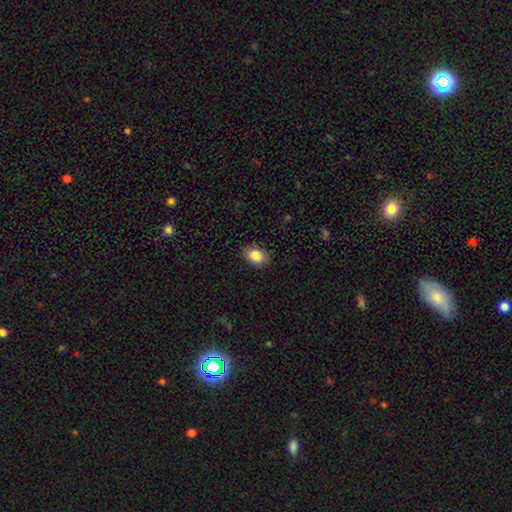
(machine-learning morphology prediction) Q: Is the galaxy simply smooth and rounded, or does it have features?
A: smooth — 87%.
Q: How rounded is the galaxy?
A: in between — 70%.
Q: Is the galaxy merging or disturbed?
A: none — 87%.